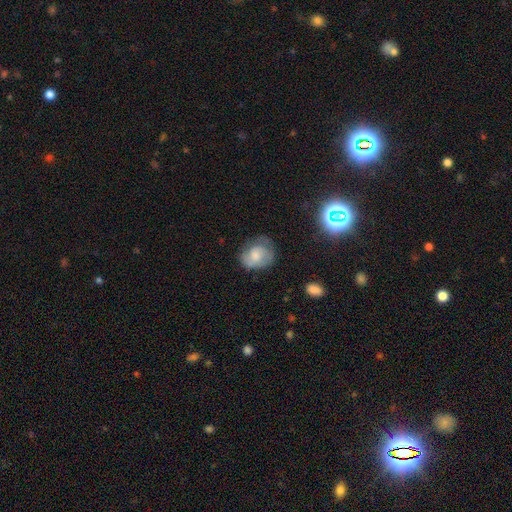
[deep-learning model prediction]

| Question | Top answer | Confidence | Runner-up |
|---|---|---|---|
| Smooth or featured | smooth | 59% | featured or disk (33%) |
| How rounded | round | 57% | in between (42%) |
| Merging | none | 55% | minor disturbance (29%) |